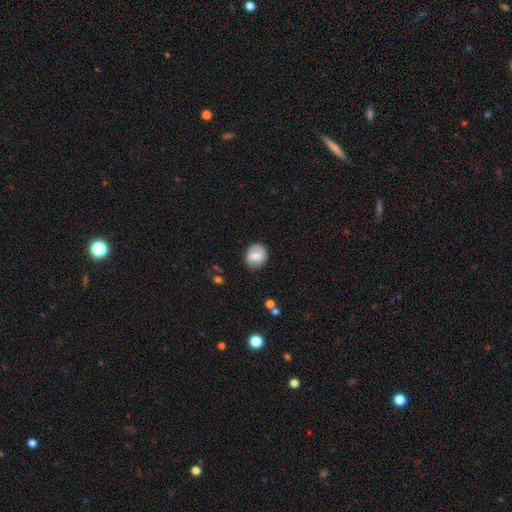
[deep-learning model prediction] Q: Smooth or featured?
A: smooth (71%); runner-up: featured or disk (21%)
Q: How rounded?
A: round (61%); runner-up: in between (38%)
Q: Merging?
A: none (74%); runner-up: minor disturbance (19%)